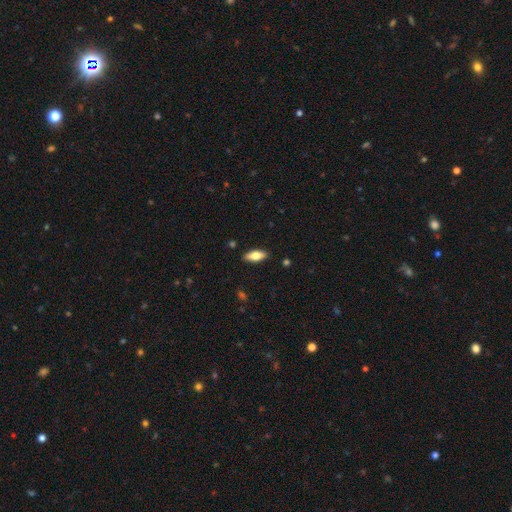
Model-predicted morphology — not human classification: Smooth or featured?
  - smooth: 71% *
  - featured or disk: 23%
  - star or artifact: 6%
How rounded?
  - in between: 78% *
  - cigar-shaped: 20%
  - round: 2%
Merging?
  - none: 89% *
  - minor disturbance: 9%
  - major disturbance: 2%
  - merger: 1%